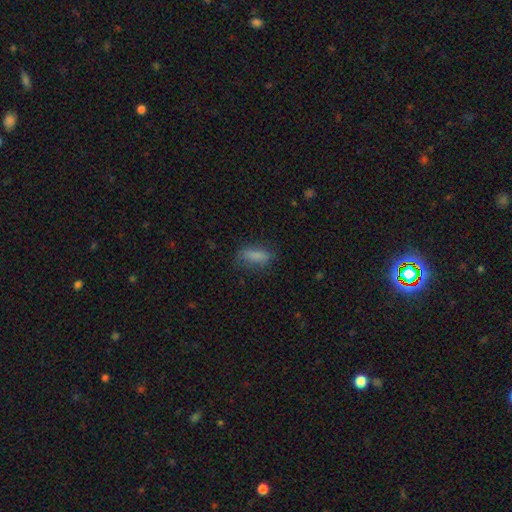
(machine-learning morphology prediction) Q: Smooth or featured?
A: smooth (82%); runner-up: featured or disk (9%)
Q: How rounded?
A: in between (70%); runner-up: cigar-shaped (26%)
Q: Merging?
A: none (70%); runner-up: minor disturbance (21%)